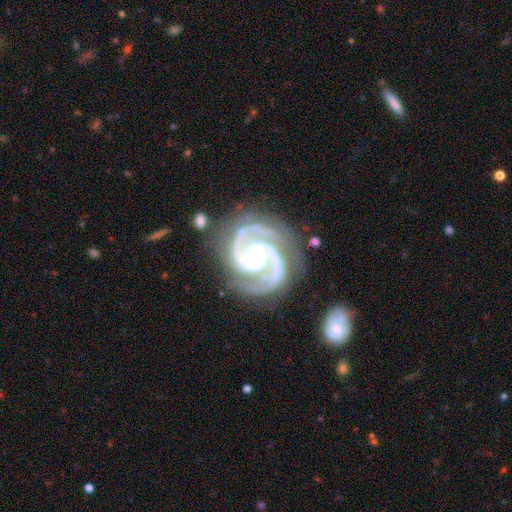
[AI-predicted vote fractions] Smooth or featured? Predicted: featured or disk (p=0.94). Edge-on disk? Predicted: no (p=0.98). Bar? Predicted: no (p=0.60). Spiral arms? Predicted: yes (p=0.99). Spiral winding? Predicted: tight (p=0.59). Spiral arm count? Predicted: 2 (p=0.74). Bulge size? Predicted: small (p=0.64). Merging? Predicted: none (p=0.75).